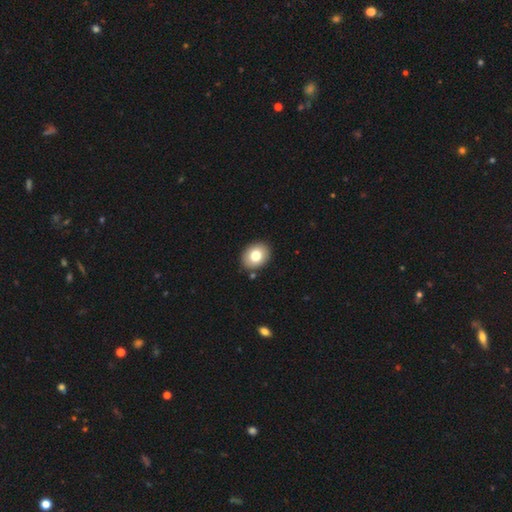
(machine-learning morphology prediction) smooth_or_featured: smooth (p=0.78) [alt: featured or disk p=0.14]
how_rounded: in between (p=0.57) [alt: round p=0.42]
merging: none (p=0.88) [alt: minor disturbance p=0.08]